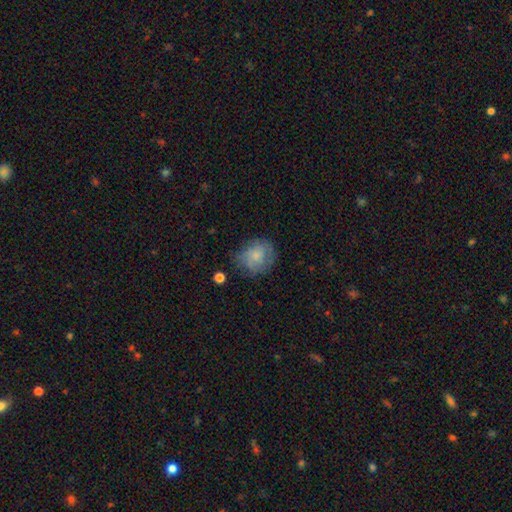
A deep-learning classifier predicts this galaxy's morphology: This is likely a smooth galaxy (63%). How rounded: likely round (67%). Merging: likely none (61%).